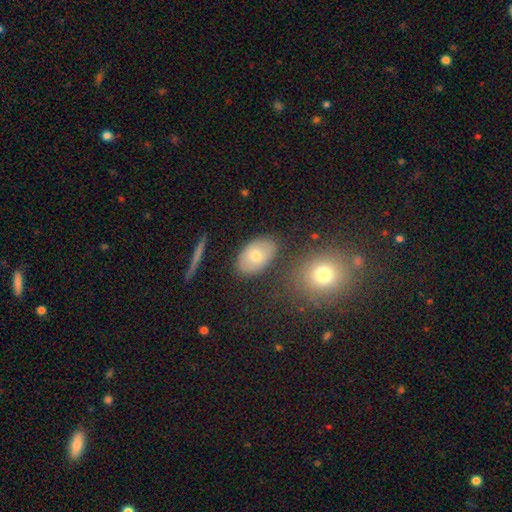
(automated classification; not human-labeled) Morphology: type=smooth (71%); roundness=in between (88%); merging=none (79%).